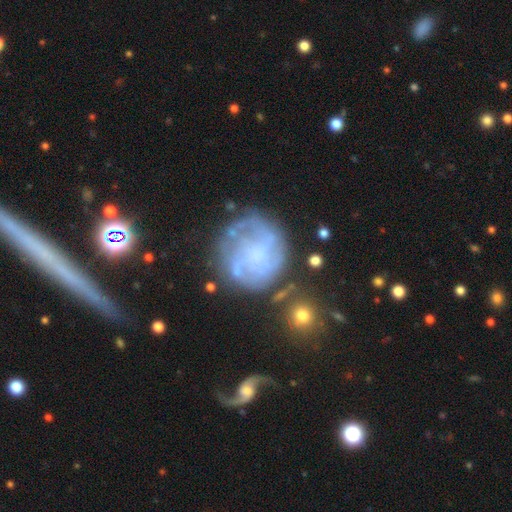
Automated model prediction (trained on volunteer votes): Smooth or featured?
  - featured or disk: 67% *
  - smooth: 23%
  - star or artifact: 10%
Edge-on disk?
  - no: 98% *
  - yes: 2%
Bar?
  - no: 77% *
  - weak: 18%
  - strong: 4%
Spiral arms?
  - yes: 71% *
  - no: 29%
Bulge size?
  - none: 62% *
  - small: 19%
  - moderate: 12%
  - large: 5%
  - dominant: 2%
Merging?
  - none: 66% *
  - minor disturbance: 18%
  - major disturbance: 13%
  - merger: 4%